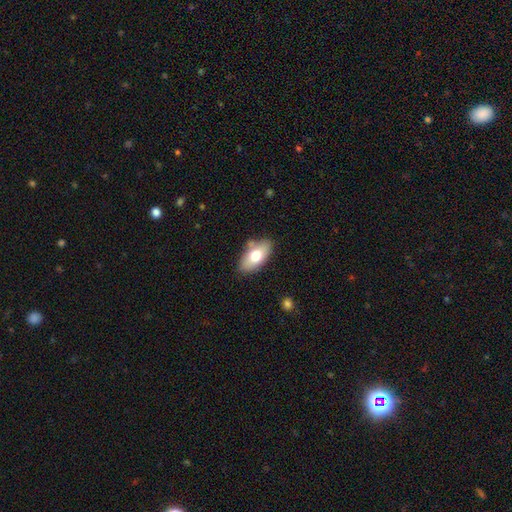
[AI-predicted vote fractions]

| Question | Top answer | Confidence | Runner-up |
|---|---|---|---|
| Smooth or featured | smooth | 71% | featured or disk (22%) |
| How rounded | in between | 92% | cigar-shaped (4%) |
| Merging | none | 78% | minor disturbance (14%) |